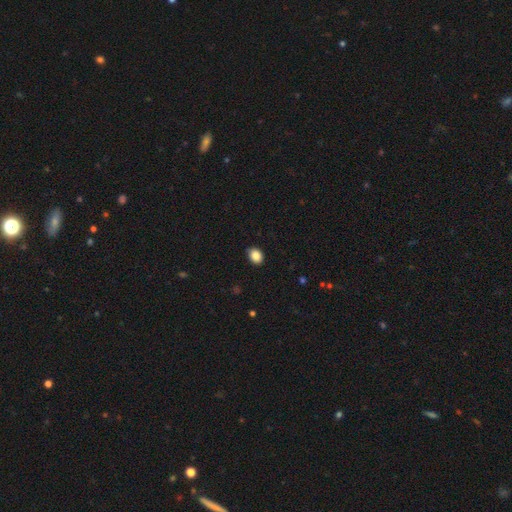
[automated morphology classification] This is clearly a smooth galaxy (87%). How rounded: likely in between (66%). Merging: clearly none (88%).